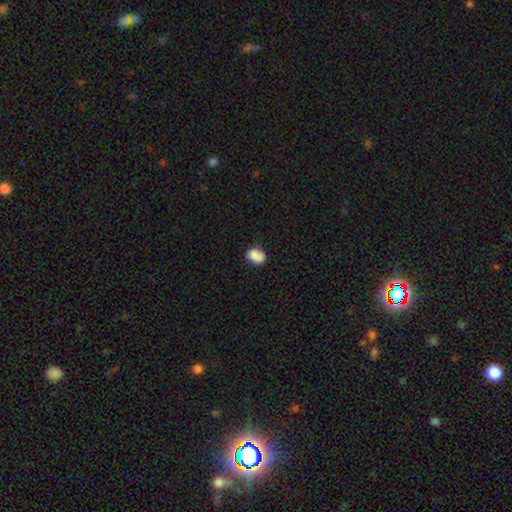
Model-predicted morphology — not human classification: smooth 84%, star or artifact 8%, featured or disk 8%. Down the decision tree: how rounded — in between (72%); merging — none (68%).